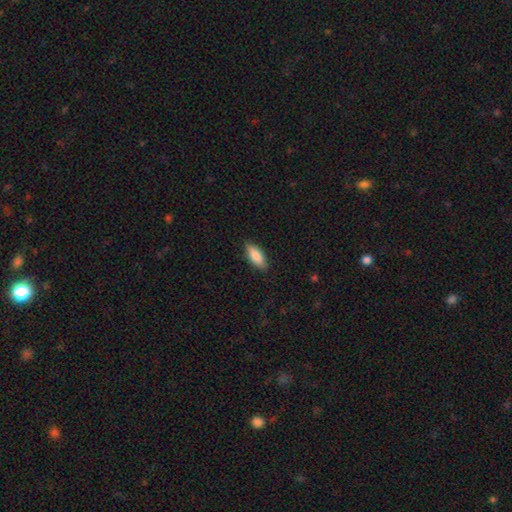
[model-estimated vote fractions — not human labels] This is clearly a smooth galaxy (84%). How rounded: likely in between (76%). Merging: clearly none (86%).